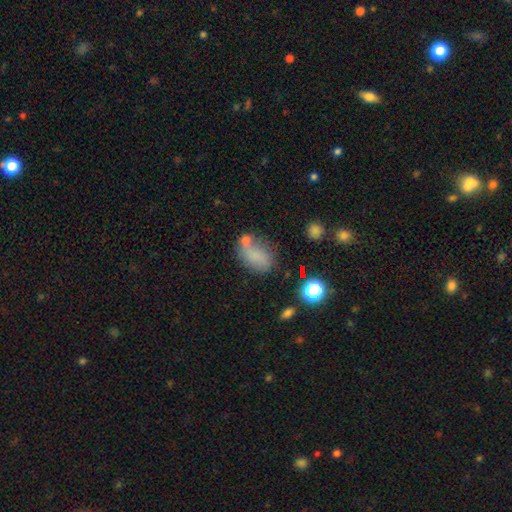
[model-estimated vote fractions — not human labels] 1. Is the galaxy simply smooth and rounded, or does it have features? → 68% smooth, 19% featured or disk, 14% star or artifact.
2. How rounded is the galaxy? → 81% in between, 16% round, 3% cigar-shaped.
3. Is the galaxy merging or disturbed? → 41% none, 22% minor disturbance, 22% merger, 15% major disturbance.